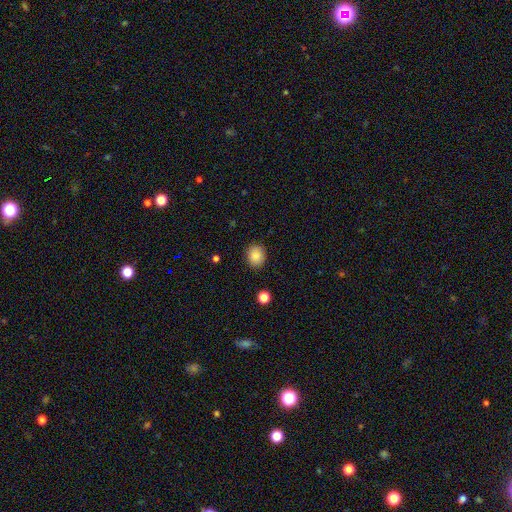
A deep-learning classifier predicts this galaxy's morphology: A smooth galaxy with no disk features (85%) that is round (63%).

Vote fractions:
- Smooth or featured? smooth: 85% / star or artifact: 9% / featured or disk: 6%
- How rounded? round: 63% / in between: 36% / cigar-shaped: 1%
- Merging? none: 89% / minor disturbance: 8% / major disturbance: 2% / merger: 1%